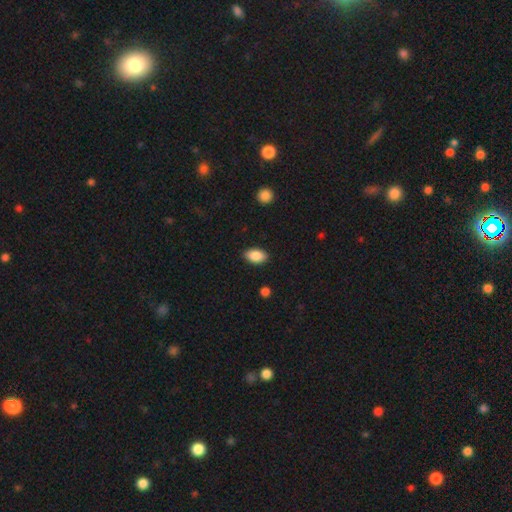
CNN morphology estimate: smooth_or_featured: smooth (p=0.88) [alt: star or artifact p=0.07]
how_rounded: in between (p=0.91) [alt: round p=0.07]
merging: none (p=0.87) [alt: minor disturbance p=0.09]